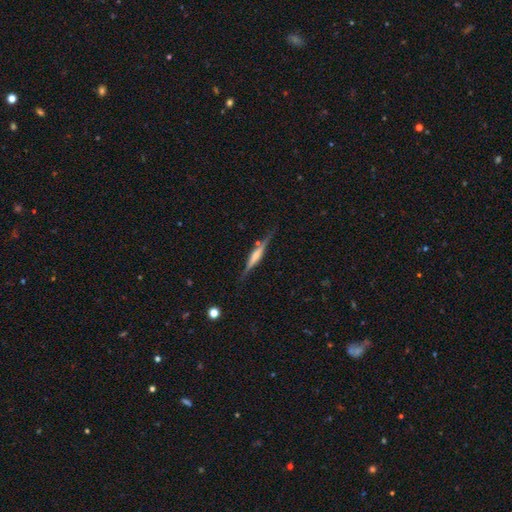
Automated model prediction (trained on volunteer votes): smooth-or-featured: featured or disk: 67% | smooth: 26% | star or artifact: 7%
  disk-edge-on: yes: 97% | no: 3%
    edge-on-bulge: rounded: 50% | boxy: 31% | none: 18%
  merging: none: 83% | minor disturbance: 11% | major disturbance: 3% | merger: 3%